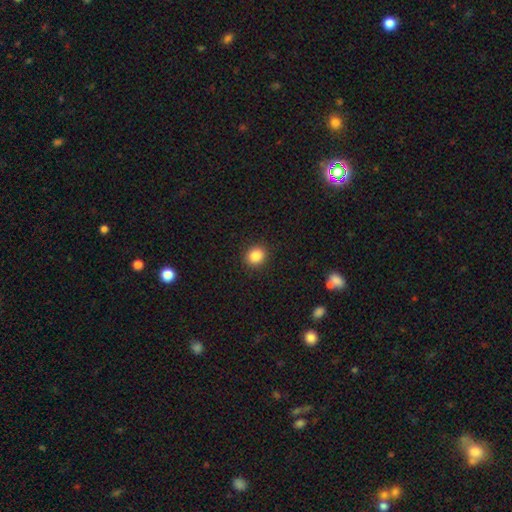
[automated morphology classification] Smooth or featured: smooth — 86% (star or artifact — 10%)
How rounded: round — 80% (in between — 19%)
Merging: none — 91% (minor disturbance — 6%)